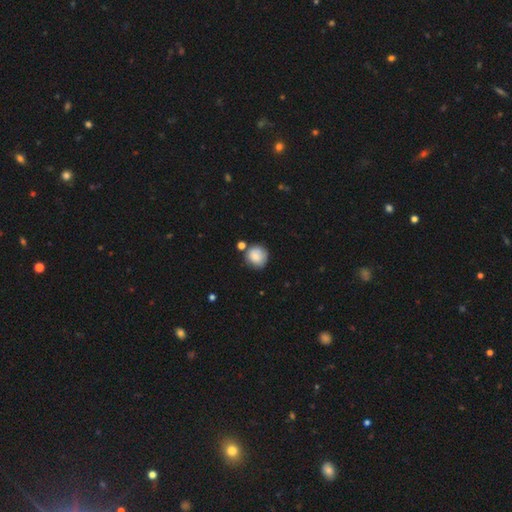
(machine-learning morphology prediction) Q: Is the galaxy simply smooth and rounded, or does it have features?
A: smooth — 79%.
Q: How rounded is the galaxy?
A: round — 89%.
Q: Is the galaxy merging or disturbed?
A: none — 66%.